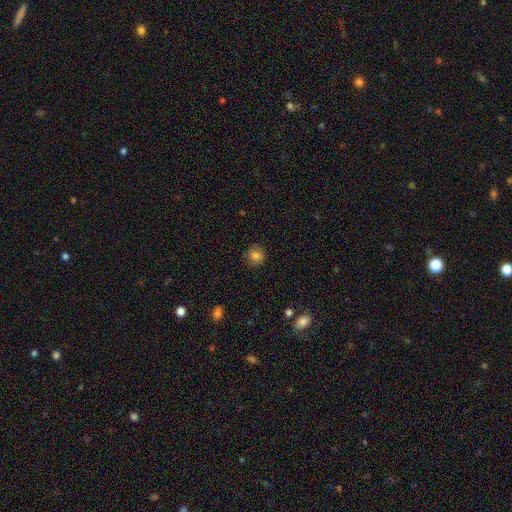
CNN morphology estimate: type=smooth (81%); roundness=round (86%); merging=none (82%).